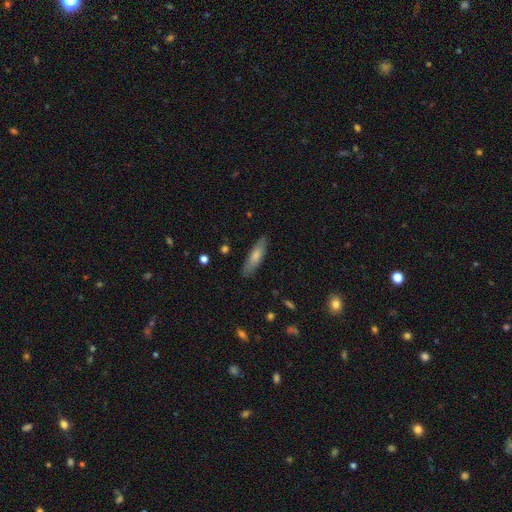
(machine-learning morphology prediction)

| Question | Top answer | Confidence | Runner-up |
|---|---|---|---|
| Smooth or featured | smooth | 73% | featured or disk (22%) |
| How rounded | cigar-shaped | 68% | in between (30%) |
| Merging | none | 84% | minor disturbance (12%) |